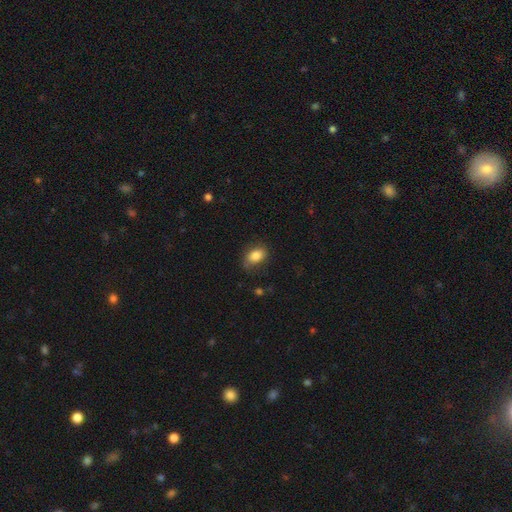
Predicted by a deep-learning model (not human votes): Smooth or featured?
  - smooth: 82% *
  - featured or disk: 10%
  - star or artifact: 8%
How rounded?
  - in between: 82% *
  - round: 16%
  - cigar-shaped: 2%
Merging?
  - none: 70% *
  - minor disturbance: 21%
  - major disturbance: 7%
  - merger: 2%